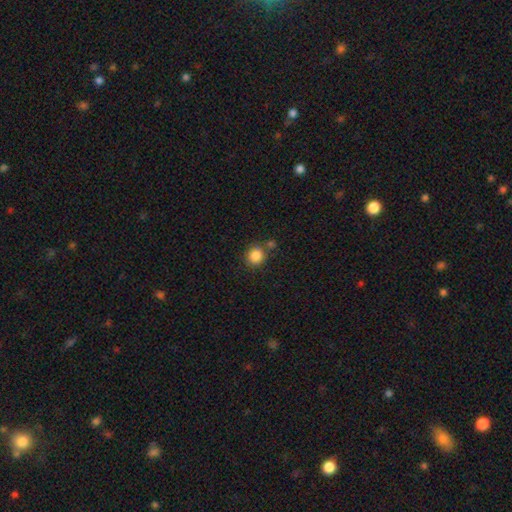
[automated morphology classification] This appears to be a smooth galaxy with no disk features (85%) that is round (89%). Merging: none (73%).